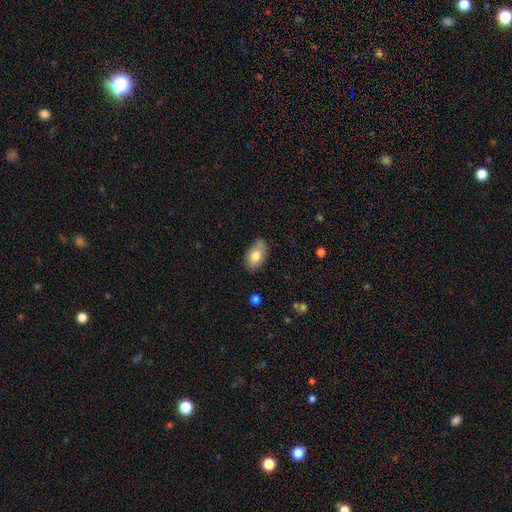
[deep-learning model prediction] This appears to be a smooth galaxy with no disk features (75%) that is in between round and cigar-shaped (92%). Merging: none (72%).